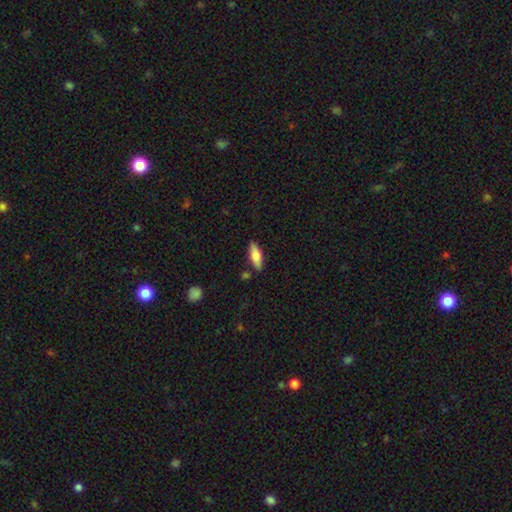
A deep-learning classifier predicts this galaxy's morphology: Q: Smooth or featured?
A: smooth (77%); runner-up: featured or disk (17%)
Q: How rounded?
A: in between (69%); runner-up: cigar-shaped (28%)
Q: Merging?
A: none (82%); runner-up: minor disturbance (12%)